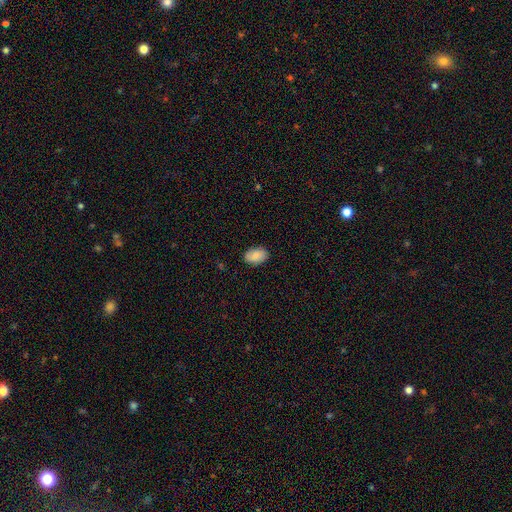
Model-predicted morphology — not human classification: A smooth galaxy with no disk features (87%) that is in between round and cigar-shaped (91%).

Vote fractions:
- Smooth or featured? smooth: 87% / star or artifact: 7% / featured or disk: 7%
- How rounded? in between: 91% / round: 8% / cigar-shaped: 1%
- Merging? none: 87% / minor disturbance: 10% / major disturbance: 2% / merger: 1%